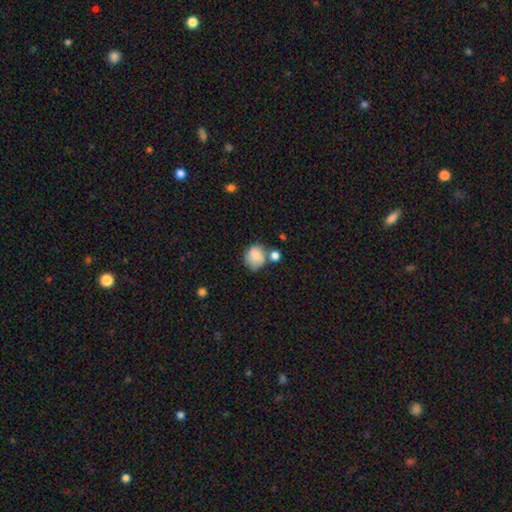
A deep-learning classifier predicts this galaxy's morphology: smooth_or_featured: smooth (p=0.79) [alt: featured or disk p=0.13]
how_rounded: round (p=0.62) [alt: in between p=0.37]
merging: none (p=0.44) [alt: merger p=0.26]